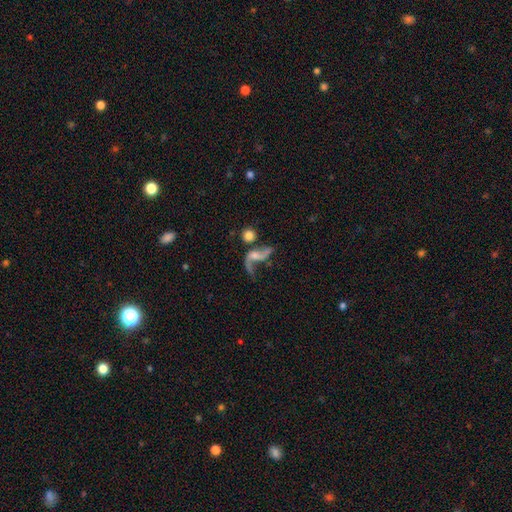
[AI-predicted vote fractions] A featured or disk galaxy (67%) with no bar (61%), 2 (69%) loose (87%) spiral arms (81%) and a small central bulge (43%).

Vote fractions:
- Smooth or featured? featured or disk: 67% / smooth: 23% / star or artifact: 10%
- Edge-on disk? no: 95% / yes: 5%
- Bar? no: 61% / weak: 29% / strong: 10%
- Spiral arms? yes: 81% / no: 19%
- Spiral winding? loose: 87% / medium: 10% / tight: 3%
- Spiral arm count? 2: 69% / 1: 25% / can't tell: 3% / 3: 1% / 4: 1% / more than 4: 1%
- Bulge size? small: 43% / moderate: 28% / none: 22% / large: 5% / dominant: 2%
- Merging? major disturbance: 30% / none: 29% / merger: 27% / minor disturbance: 14%